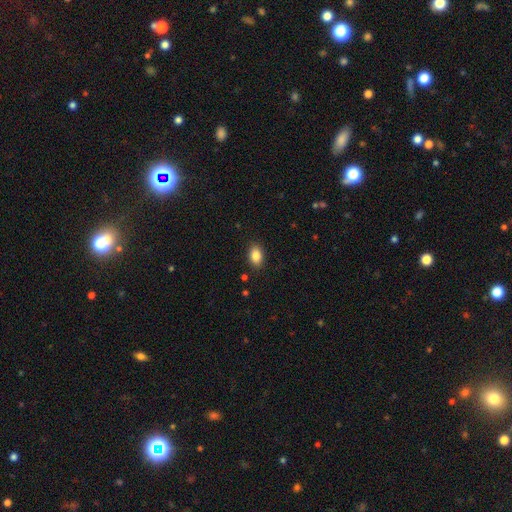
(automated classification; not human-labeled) smooth-or-featured: smooth: 87% | star or artifact: 8% | featured or disk: 5%
  how-rounded: in between: 87% | round: 11% | cigar-shaped: 1%
  merging: none: 88% | minor disturbance: 9% | major disturbance: 2% | merger: 1%